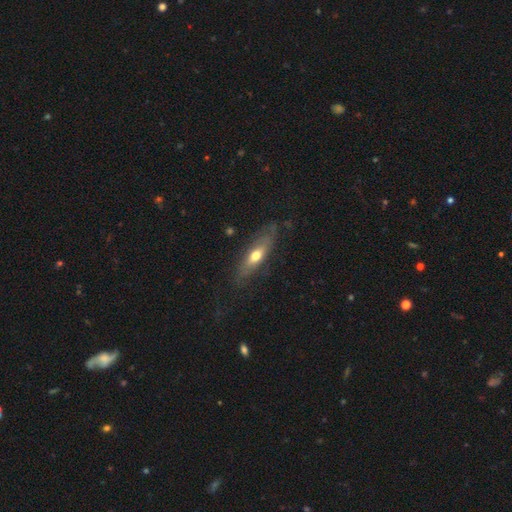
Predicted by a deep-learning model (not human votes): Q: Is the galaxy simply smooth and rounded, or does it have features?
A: smooth — 48%.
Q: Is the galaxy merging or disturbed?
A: none — 71%.